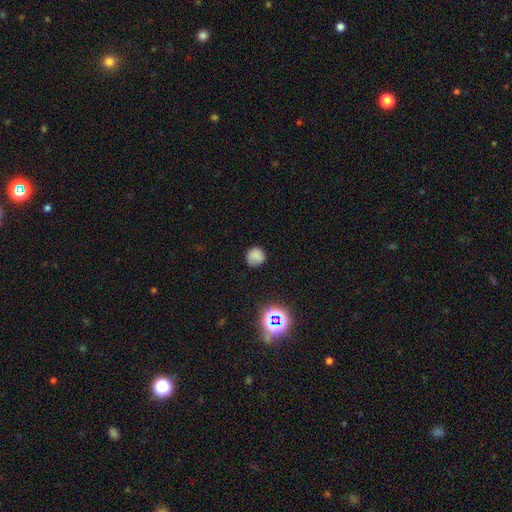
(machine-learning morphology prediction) smooth 77%, star or artifact 15%, featured or disk 7%. Down the decision tree: how rounded — round (90%); merging — none (79%).